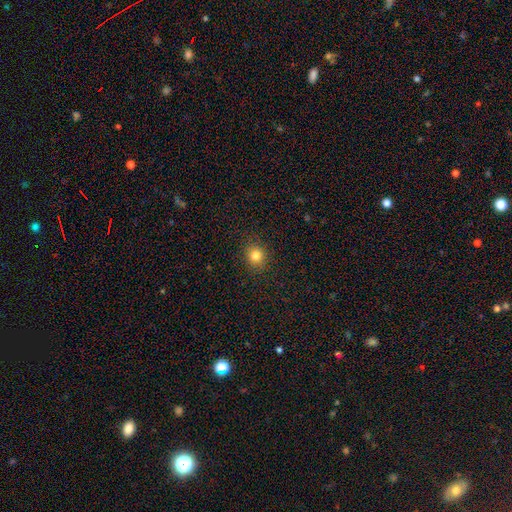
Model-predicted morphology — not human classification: Smooth or featured?
  - smooth: 81% *
  - star or artifact: 13%
  - featured or disk: 6%
How rounded?
  - round: 85% *
  - in between: 14%
  - cigar-shaped: 1%
Merging?
  - none: 90% *
  - minor disturbance: 7%
  - major disturbance: 2%
  - merger: 1%